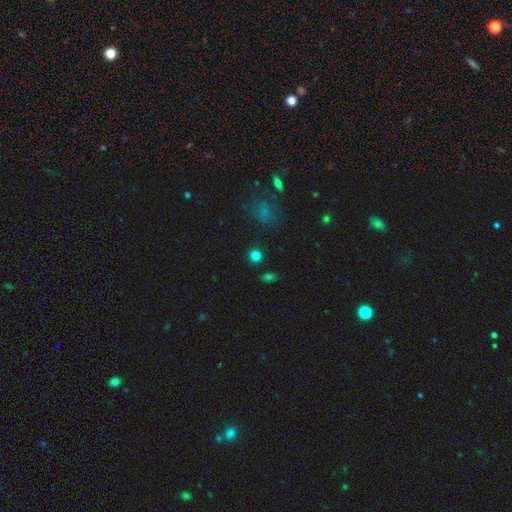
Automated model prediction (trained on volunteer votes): smooth_or_featured: smooth (p=0.81) [alt: star or artifact p=0.15]
how_rounded: round (p=0.90) [alt: in between p=0.09]
merging: none (p=0.88) [alt: minor disturbance p=0.06]